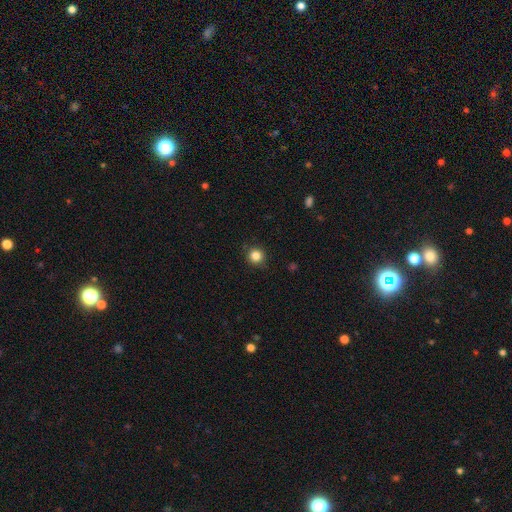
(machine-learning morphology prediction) smooth-or-featured: smooth: 84% | star or artifact: 12% | featured or disk: 4%
  how-rounded: round: 94% | in between: 5% | cigar-shaped: 1%
  merging: none: 90% | minor disturbance: 7% | major disturbance: 2% | merger: 1%